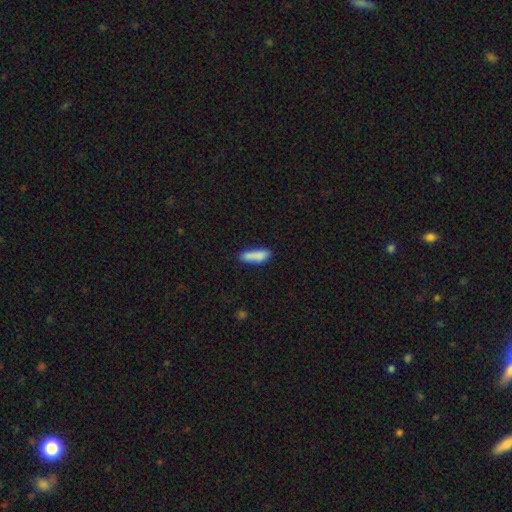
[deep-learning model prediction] Smooth or featured?
  - smooth: 85% *
  - featured or disk: 8%
  - star or artifact: 7%
How rounded?
  - cigar-shaped: 59% *
  - in between: 39%
  - round: 2%
Merging?
  - none: 69% *
  - minor disturbance: 20%
  - merger: 6%
  - major disturbance: 5%